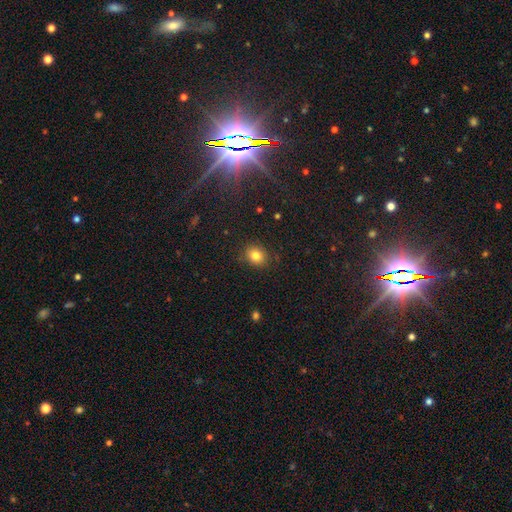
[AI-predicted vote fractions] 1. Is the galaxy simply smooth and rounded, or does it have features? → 81% smooth, 12% star or artifact, 7% featured or disk.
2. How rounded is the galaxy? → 67% round, 32% in between, 1% cigar-shaped.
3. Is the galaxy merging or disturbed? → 86% none, 10% minor disturbance, 3% major disturbance, 1% merger.